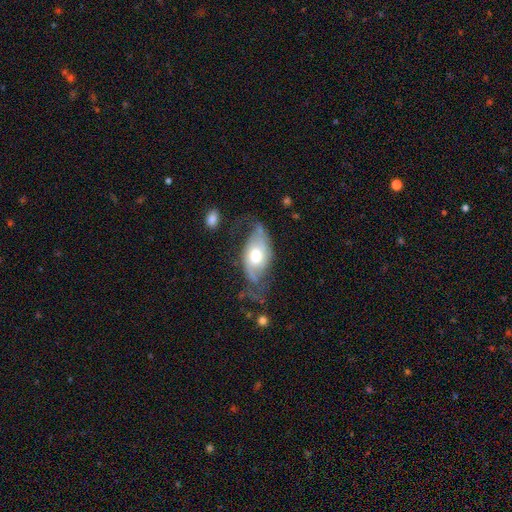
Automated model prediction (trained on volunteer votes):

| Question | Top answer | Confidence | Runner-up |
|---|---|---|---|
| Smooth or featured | featured or disk | 67% | smooth (27%) |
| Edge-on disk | no | 91% | yes (9%) |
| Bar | no | 67% | weak (26%) |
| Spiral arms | yes | 82% | no (18%) |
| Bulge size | moderate | 60% | large (28%) |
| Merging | none | 46% | minor disturbance (26%) |